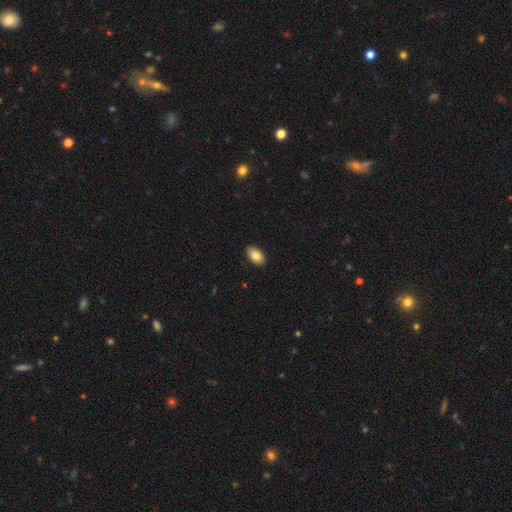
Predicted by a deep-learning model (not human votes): Smooth or featured? Predicted: smooth (p=0.82). How rounded? Predicted: in between (p=0.93). Merging? Predicted: none (p=0.90).